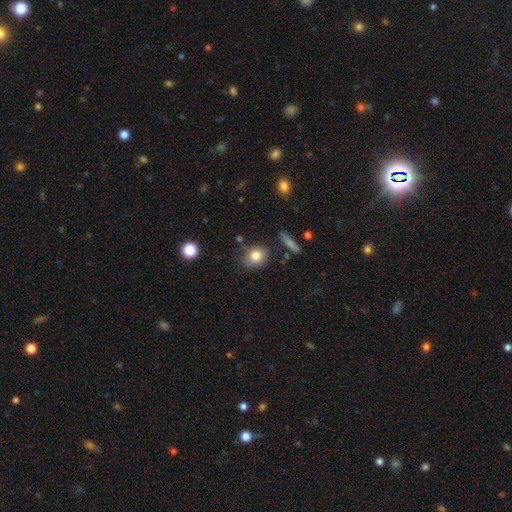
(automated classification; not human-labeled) This is clearly a smooth galaxy (81%). How rounded: likely round (67%). Merging: likely none (70%).